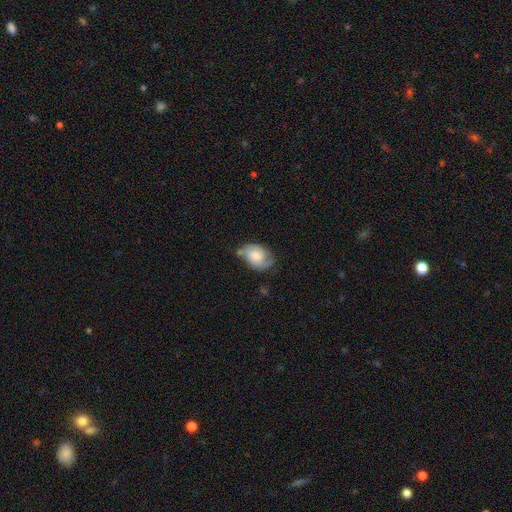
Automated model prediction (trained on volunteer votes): smooth-or-featured: smooth: 50% | featured or disk: 42% | star or artifact: 8%
  merging: none: 47% | minor disturbance: 35% | major disturbance: 12% | merger: 7%